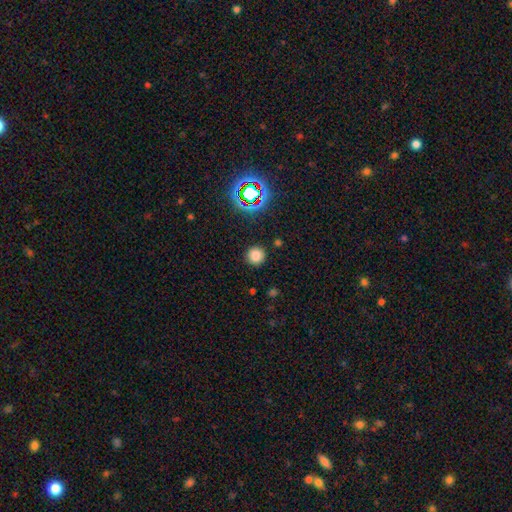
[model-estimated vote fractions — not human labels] smooth_or_featured: smooth (p=0.78) [alt: star or artifact p=0.17]
how_rounded: round (p=0.93) [alt: in between p=0.06]
merging: none (p=0.89) [alt: minor disturbance p=0.07]